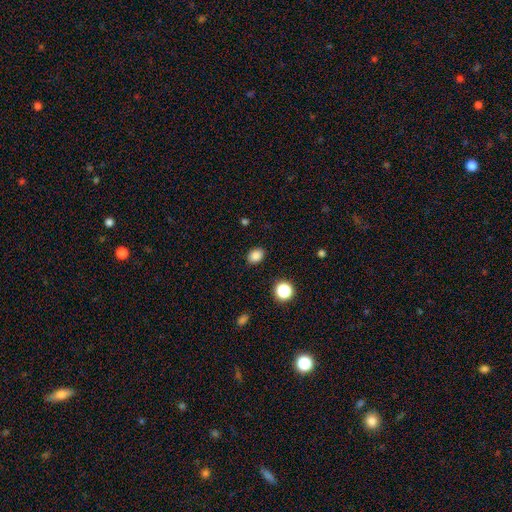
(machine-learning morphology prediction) A smooth galaxy with no disk features (85%) that is in between round and cigar-shaped (61%). Merging: none (88%).